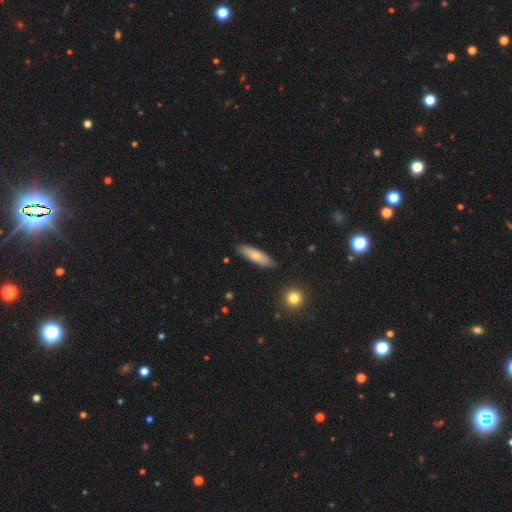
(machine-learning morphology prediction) Smooth or featured? smooth (78%)
How rounded? cigar-shaped (65%)
Merging? none (86%)